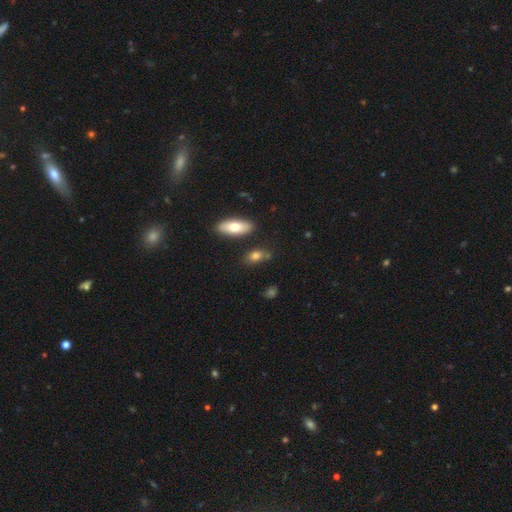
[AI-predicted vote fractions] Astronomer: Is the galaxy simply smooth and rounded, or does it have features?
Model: smooth — 78%.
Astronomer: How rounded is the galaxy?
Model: in between — 80%.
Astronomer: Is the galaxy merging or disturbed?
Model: none — 71%.